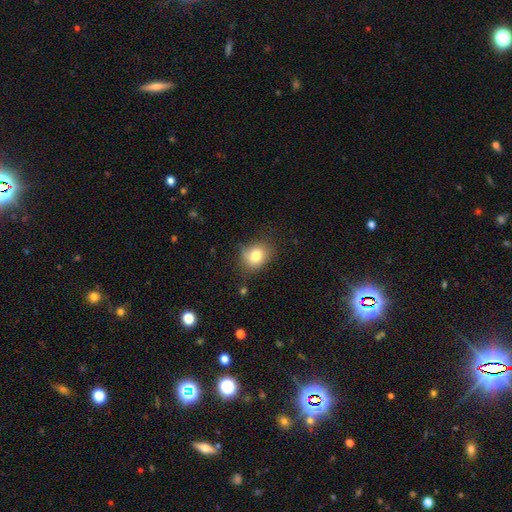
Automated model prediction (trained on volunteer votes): Overall: smooth (78%). How rounded: round (58%; in between 41%). Merging: none (69%).